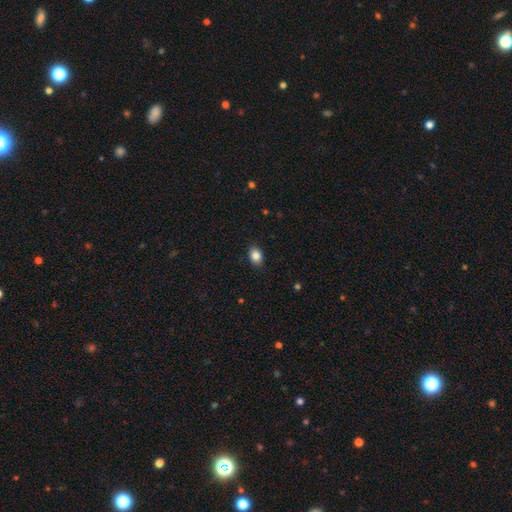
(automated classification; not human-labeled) This appears to be a smooth galaxy with no disk features (86%) that is in between round and cigar-shaped (72%). Merging: none (87%).